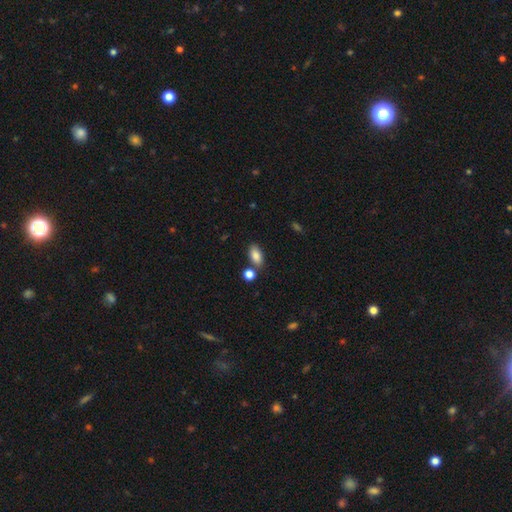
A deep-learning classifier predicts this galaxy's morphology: smooth_or_featured: smooth (p=0.85) [alt: star or artifact p=0.08]
how_rounded: in between (p=0.90) [alt: round p=0.05]
merging: none (p=0.72) [alt: merger p=0.14]